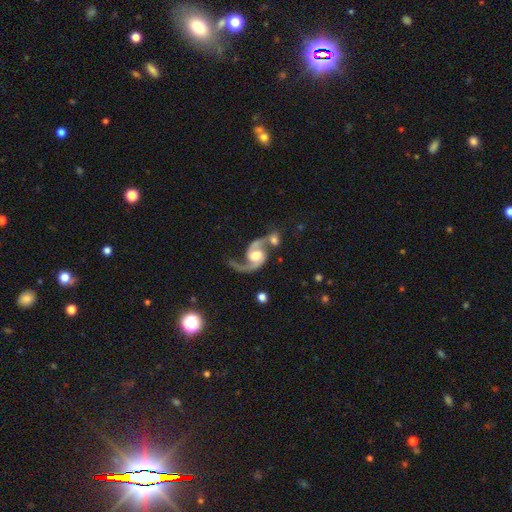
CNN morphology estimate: Smooth or featured? Predicted: featured or disk (p=0.91). Edge-on disk? Predicted: no (p=0.98). Bar? Predicted: no (p=0.51). Spiral arms? Predicted: yes (p=0.97). Spiral winding? Predicted: loose (p=0.54). Spiral arm count? Predicted: 2 (p=0.93). Bulge size? Predicted: moderate (p=0.59). Merging? Predicted: none (p=0.44).